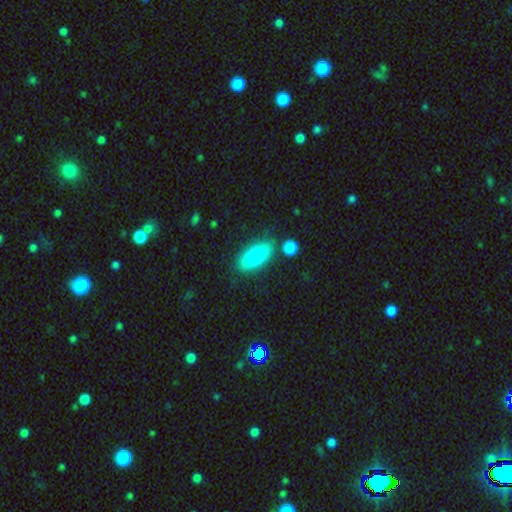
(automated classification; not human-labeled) smooth_or_featured: smooth (p=0.74) [alt: featured or disk p=0.19]
how_rounded: in between (p=0.76) [alt: cigar-shaped p=0.20]
merging: none (p=0.77) [alt: minor disturbance p=0.14]